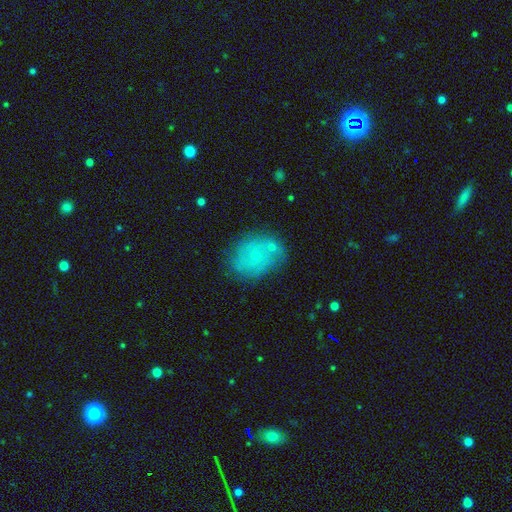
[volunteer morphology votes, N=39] Overall: featured or disk (54%; smooth 41%). Edge-on disk: no (95%). Bar: no (90%). Spiral arms: yes (85%). Spiral arm count: can't tell (59%). Spiral winding: tight (59%; medium 35%). Bulge size: small (90%). Merging: none (62%; minor disturbance 24%).